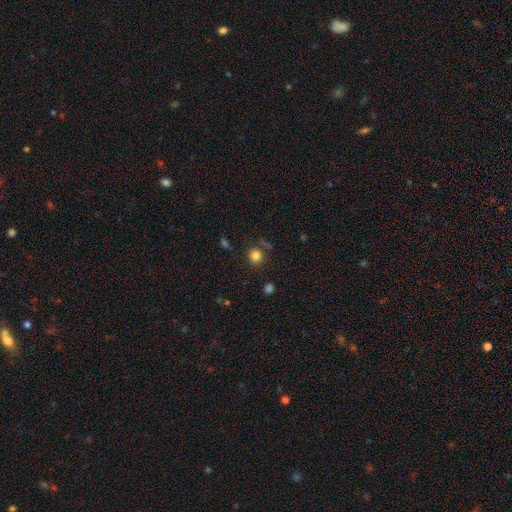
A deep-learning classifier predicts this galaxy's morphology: Smooth or featured: smooth — 81% (star or artifact — 13%)
How rounded: round — 91% (in between — 8%)
Merging: none — 81% (minor disturbance — 10%)